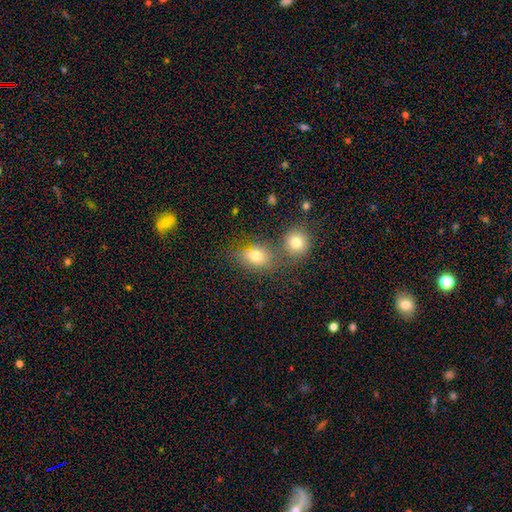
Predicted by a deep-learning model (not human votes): Overall: smooth (73%). How rounded: in between (58%; round 40%). Merging: none (58%; merger 24%).